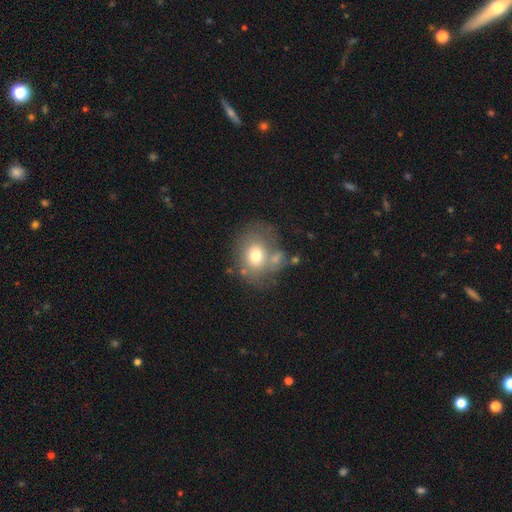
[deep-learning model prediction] smooth_or_featured: smooth (p=0.68) [alt: featured or disk p=0.22]
how_rounded: round (p=0.56) [alt: in between p=0.44]
merging: none (p=0.49) [alt: merger p=0.20]